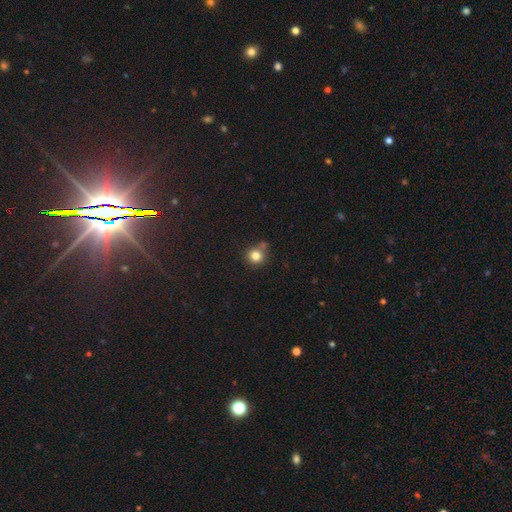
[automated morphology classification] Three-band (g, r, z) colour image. It shows a smooth galaxy with no disk features (82%) that is round (91%). Merging: none (66%).